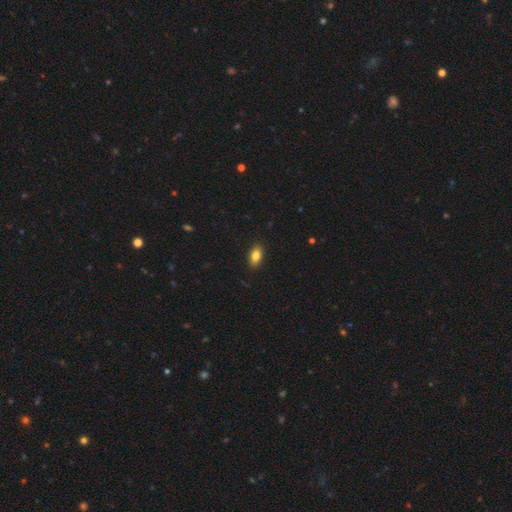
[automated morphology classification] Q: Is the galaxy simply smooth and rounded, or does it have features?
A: smooth — 83%.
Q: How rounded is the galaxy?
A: in between — 90%.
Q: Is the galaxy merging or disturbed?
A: none — 89%.